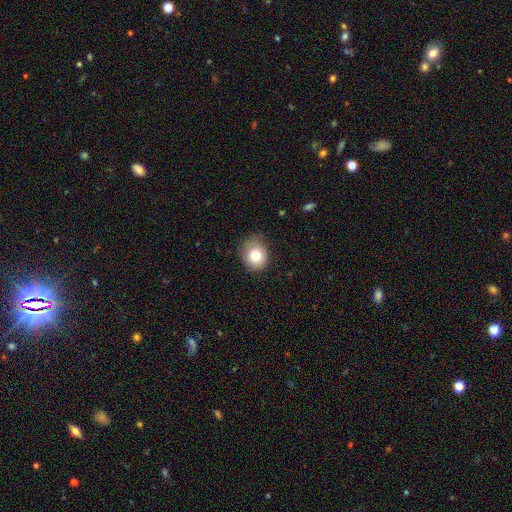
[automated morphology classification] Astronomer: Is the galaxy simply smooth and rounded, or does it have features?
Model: smooth — 79%.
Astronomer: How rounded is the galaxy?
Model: round — 68%.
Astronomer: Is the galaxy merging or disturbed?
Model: none — 73%.